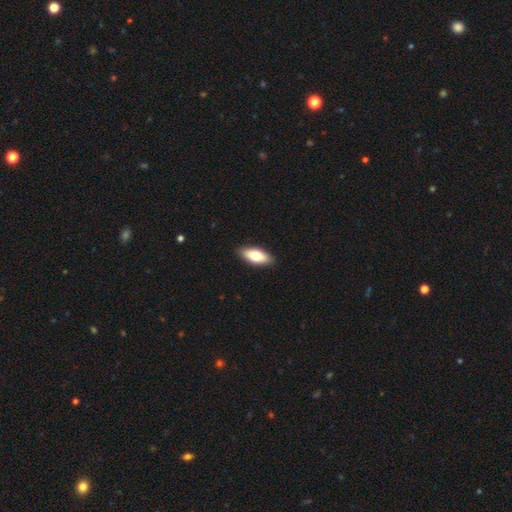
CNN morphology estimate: Q: Smooth or featured?
A: smooth (75%); runner-up: featured or disk (19%)
Q: How rounded?
A: in between (81%); runner-up: cigar-shaped (16%)
Q: Merging?
A: none (89%); runner-up: minor disturbance (8%)